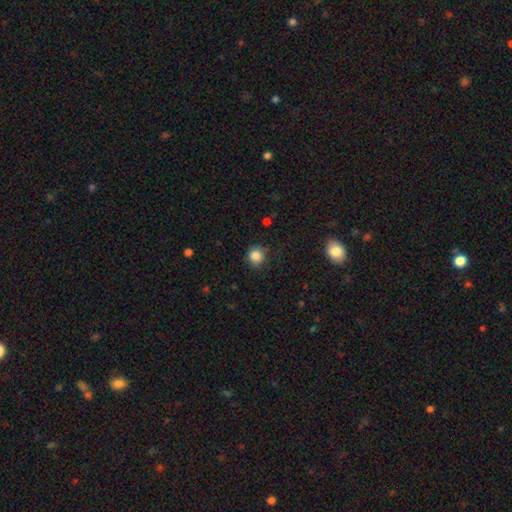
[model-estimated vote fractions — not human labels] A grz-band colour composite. It shows a smooth galaxy with no disk features (86%) that is round (90%). Merging: none (80%).